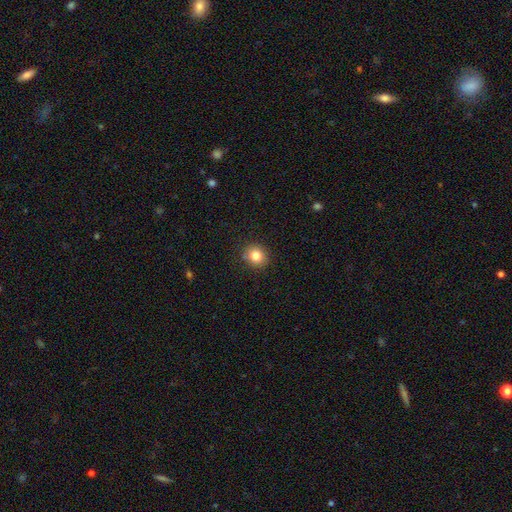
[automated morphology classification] A smooth galaxy with no disk features (82%) that is round (81%). Merging: none (88%).